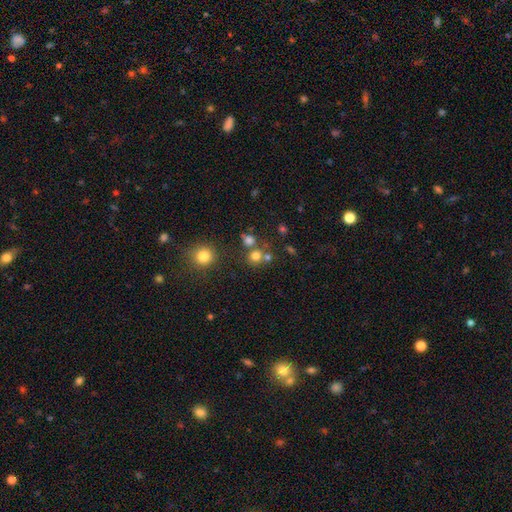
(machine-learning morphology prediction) This appears to be a smooth galaxy with no disk features (73%) that is round (86%). Merging: none (63%).